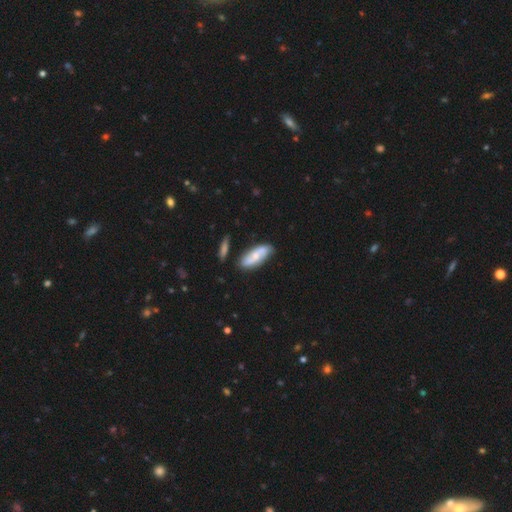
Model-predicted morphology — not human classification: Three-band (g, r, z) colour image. It shows a featured or disk galaxy (52%). Merging: none (74%).